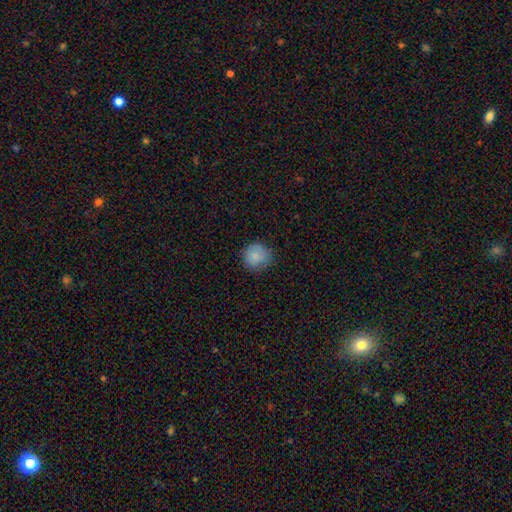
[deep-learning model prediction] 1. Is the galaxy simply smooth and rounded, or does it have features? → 86% smooth, 8% star or artifact, 6% featured or disk.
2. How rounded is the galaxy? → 91% round, 8% in between, 1% cigar-shaped.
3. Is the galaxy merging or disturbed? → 82% none, 14% minor disturbance, 3% major disturbance, 1% merger.